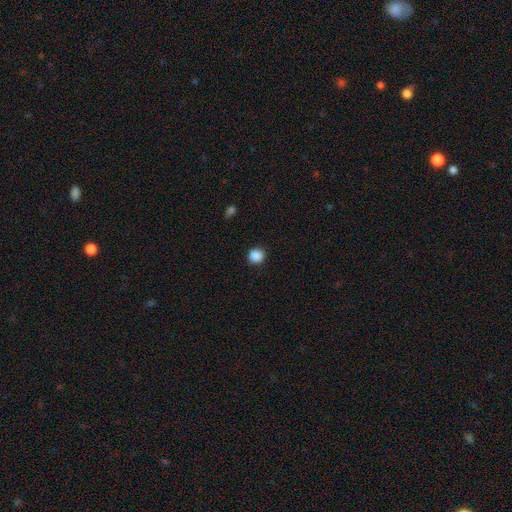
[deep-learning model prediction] Smooth or featured: smooth — 88% (star or artifact — 9%)
How rounded: round — 90% (in between — 9%)
Merging: none — 90% (minor disturbance — 7%)